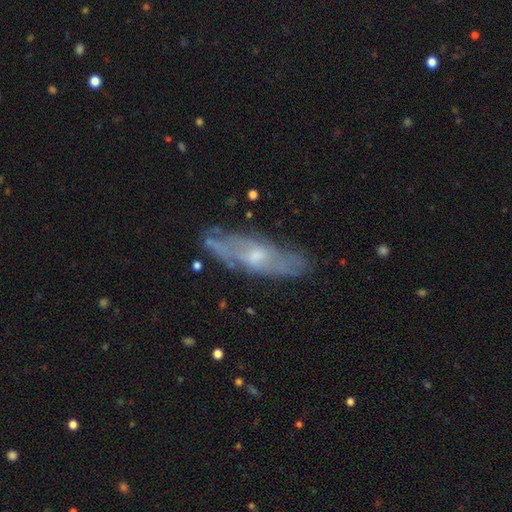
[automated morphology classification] This appears to be a featured or disk galaxy (63%). Merging: none (71%).